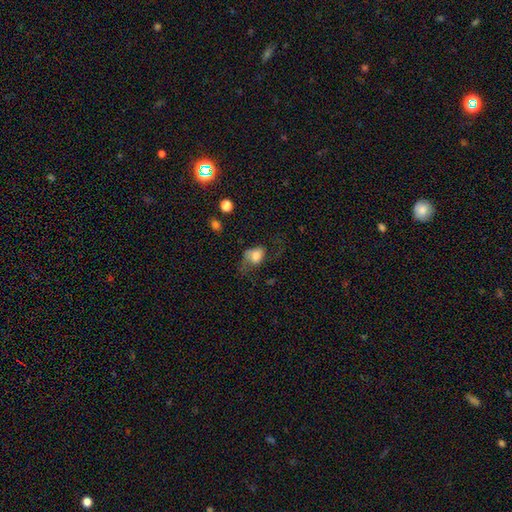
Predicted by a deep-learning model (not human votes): smooth-or-featured: smooth: 63% | featured or disk: 28% | star or artifact: 9%
  how-rounded: in between: 69% | round: 30% | cigar-shaped: 2%
  merging: major disturbance: 39% | none: 32% | minor disturbance: 25% | merger: 3%